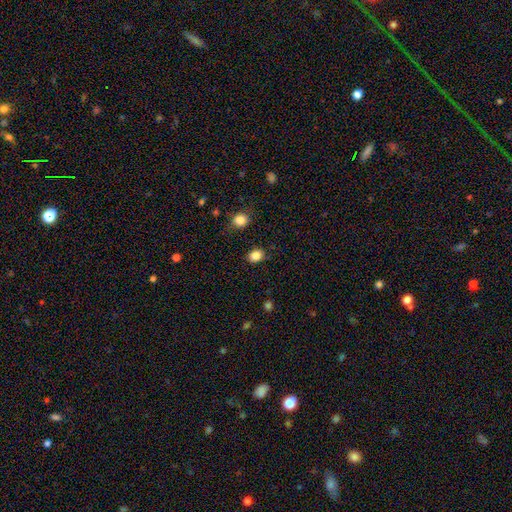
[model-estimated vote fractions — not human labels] Smooth or featured?
  - smooth: 85% *
  - star or artifact: 10%
  - featured or disk: 5%
How rounded?
  - in between: 54% *
  - round: 45%
  - cigar-shaped: 1%
Merging?
  - none: 85% *
  - minor disturbance: 10%
  - major disturbance: 3%
  - merger: 2%